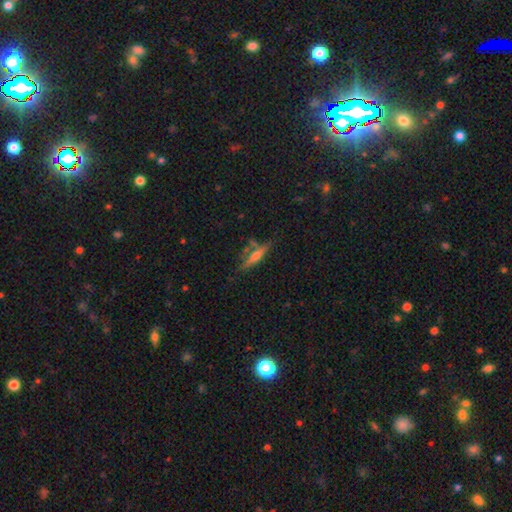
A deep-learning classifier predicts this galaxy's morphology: This is possibly a featured or disk galaxy (51%). It is clearly viewed edge-on (91%). Merging: likely none (65%).